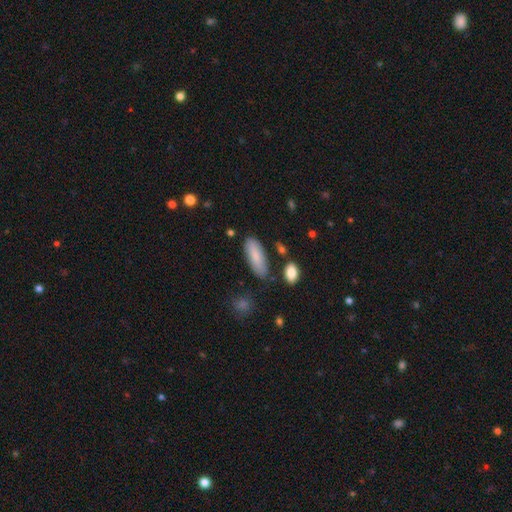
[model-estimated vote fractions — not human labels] Smooth or featured?
  - smooth: 83% *
  - featured or disk: 11%
  - star or artifact: 6%
How rounded?
  - in between: 70% *
  - cigar-shaped: 28%
  - round: 2%
Merging?
  - none: 77% *
  - minor disturbance: 16%
  - major disturbance: 4%
  - merger: 4%